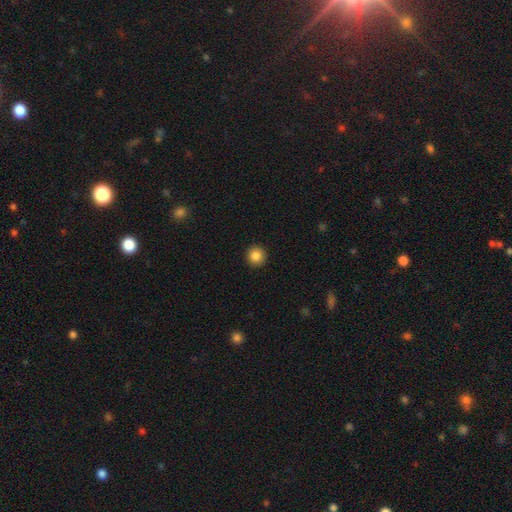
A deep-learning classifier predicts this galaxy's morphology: Smooth or featured? Predicted: smooth (p=0.87). How rounded? Predicted: round (p=0.95). Merging? Predicted: none (p=0.93).